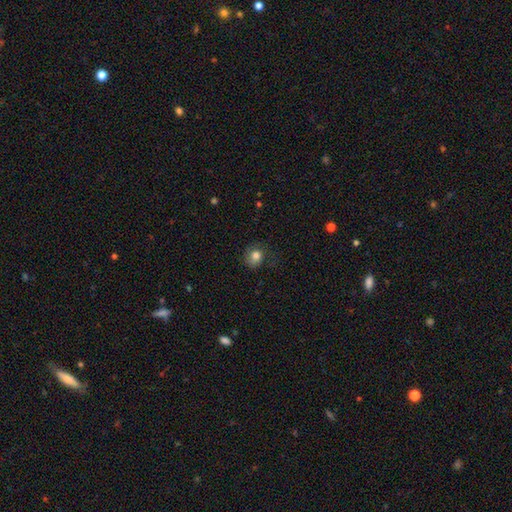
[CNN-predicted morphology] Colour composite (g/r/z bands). It shows a smooth galaxy with no disk features (78%) that is round (71%). Merging: none (63%).